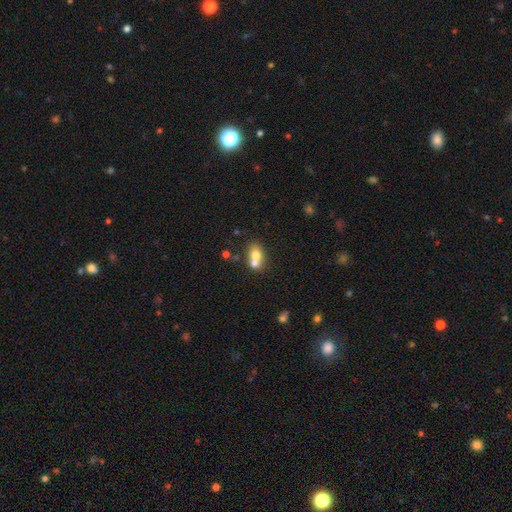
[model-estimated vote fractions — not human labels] Smooth or featured?
  - smooth: 70% *
  - featured or disk: 19%
  - star or artifact: 11%
How rounded?
  - in between: 51% *
  - round: 48%
  - cigar-shaped: 1%
Merging?
  - merger: 59% *
  - none: 31%
  - minor disturbance: 7%
  - major disturbance: 3%